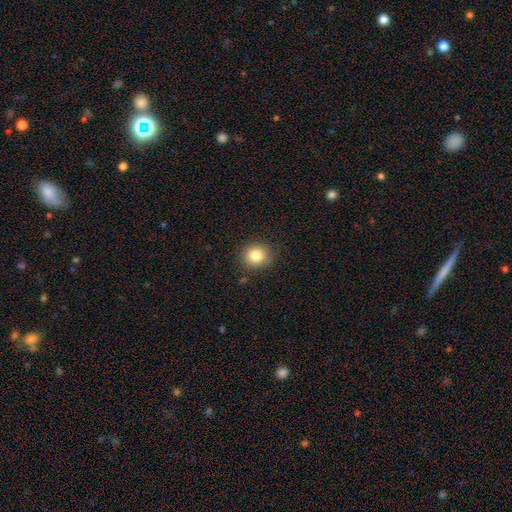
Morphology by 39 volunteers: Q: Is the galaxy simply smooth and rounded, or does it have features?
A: smooth — 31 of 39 (79%).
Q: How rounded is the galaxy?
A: round — 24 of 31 (77%).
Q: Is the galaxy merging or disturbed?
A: none — 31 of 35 (89%).